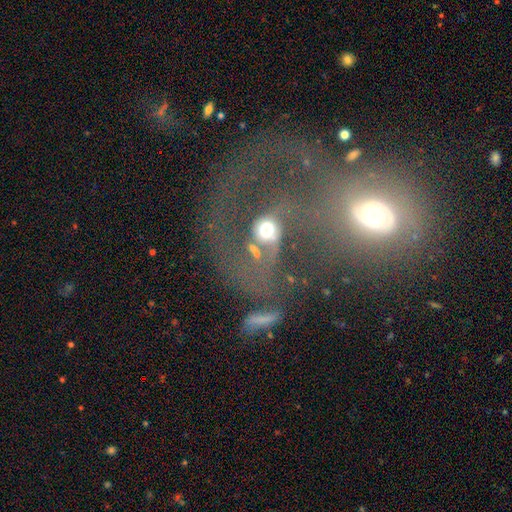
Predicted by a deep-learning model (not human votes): featured or disk 65%, smooth 21%, star or artifact 14%. Down the decision tree: edge-on disk — no (96%); bar — no (60%); spiral arms — yes (68%); bulge size — moderate (62%); merging — merger (51%).